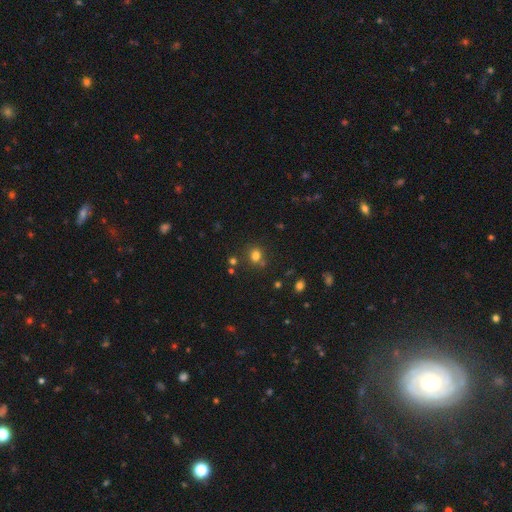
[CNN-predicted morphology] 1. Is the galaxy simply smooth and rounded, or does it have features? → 76% smooth, 17% star or artifact, 7% featured or disk.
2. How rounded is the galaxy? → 72% round, 27% in between, 1% cigar-shaped.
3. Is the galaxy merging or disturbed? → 73% none, 12% merger, 12% minor disturbance, 4% major disturbance.